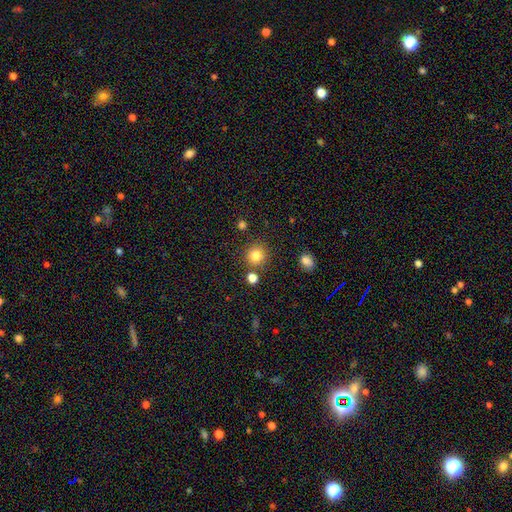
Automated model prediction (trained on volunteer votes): Overall: smooth (82%). How rounded: round (91%). Merging: none (82%).